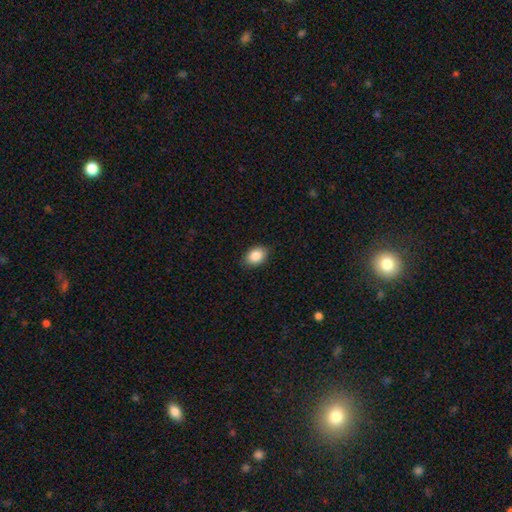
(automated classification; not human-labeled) This is clearly a smooth galaxy (87%). How rounded: clearly in between (80%). Merging: clearly none (85%).